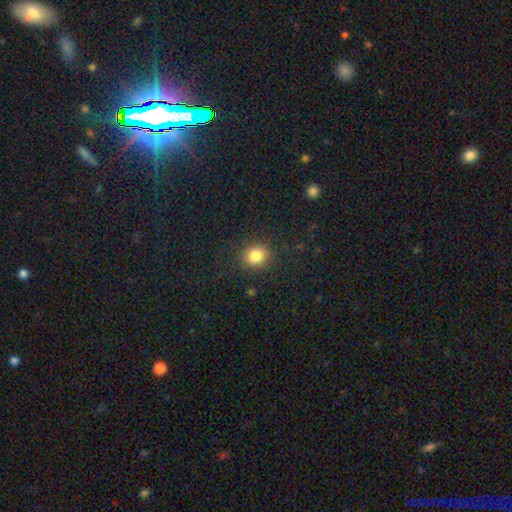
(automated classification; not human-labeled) Morphology: type=smooth (83%); roundness=round (70%); merging=none (88%).